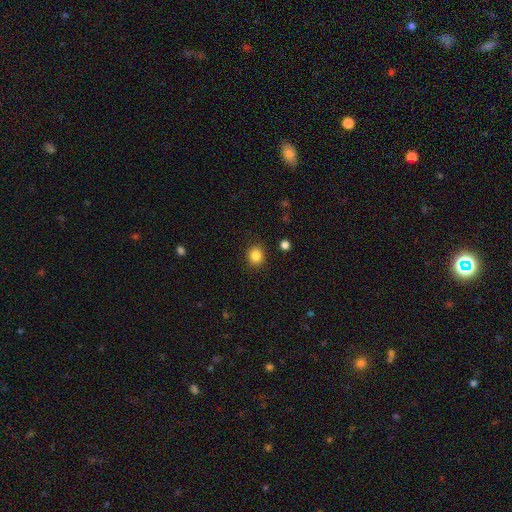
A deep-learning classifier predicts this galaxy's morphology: A smooth galaxy with no disk features (85%) that is round (76%). Merging: none (88%).